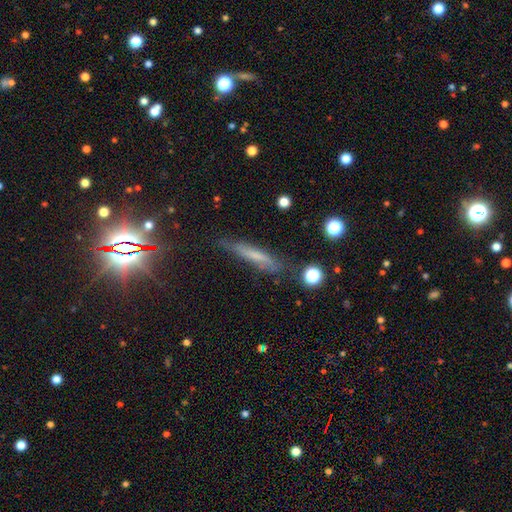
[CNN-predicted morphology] smooth 51%, featured or disk 35%, star or artifact 13%. Down the decision tree: how rounded — cigar-shaped (88%); merging — none (72%).